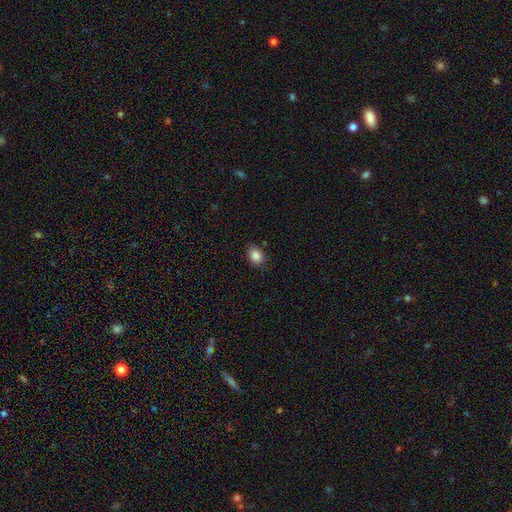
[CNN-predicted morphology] Smooth or featured?
  - smooth: 86% *
  - star or artifact: 9%
  - featured or disk: 5%
How rounded?
  - in between: 65% *
  - round: 34%
  - cigar-shaped: 1%
Merging?
  - none: 84% *
  - minor disturbance: 12%
  - major disturbance: 3%
  - merger: 1%